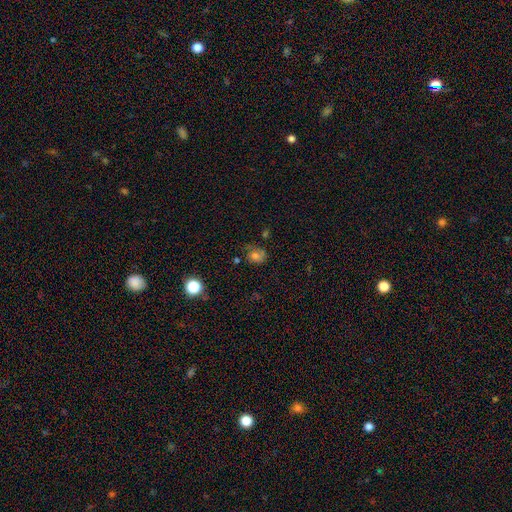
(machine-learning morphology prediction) Overall: smooth (63%). How rounded: round (58%; in between 41%). Merging: none (51%; minor disturbance 28%).